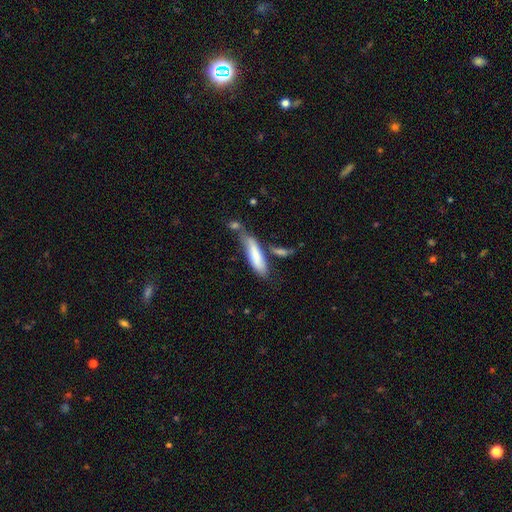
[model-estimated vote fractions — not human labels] Smooth or featured? Predicted: smooth (p=0.74). How rounded? Predicted: cigar-shaped (p=0.61). Merging? Predicted: none (p=0.41).